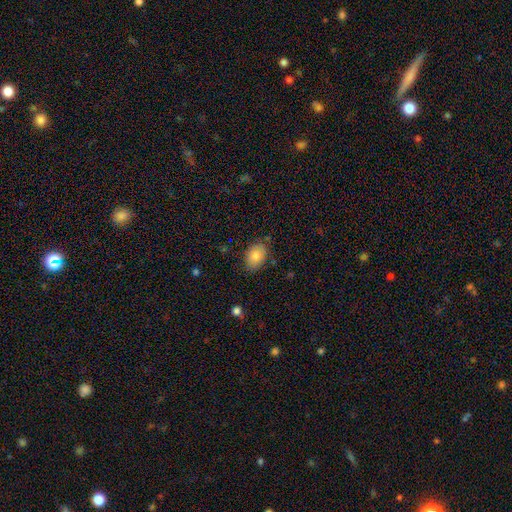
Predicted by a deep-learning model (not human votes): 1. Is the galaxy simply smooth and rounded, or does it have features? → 83% smooth, 10% featured or disk, 7% star or artifact.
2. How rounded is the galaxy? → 84% in between, 15% round, 1% cigar-shaped.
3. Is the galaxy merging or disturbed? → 78% none, 17% minor disturbance, 3% major disturbance, 2% merger.